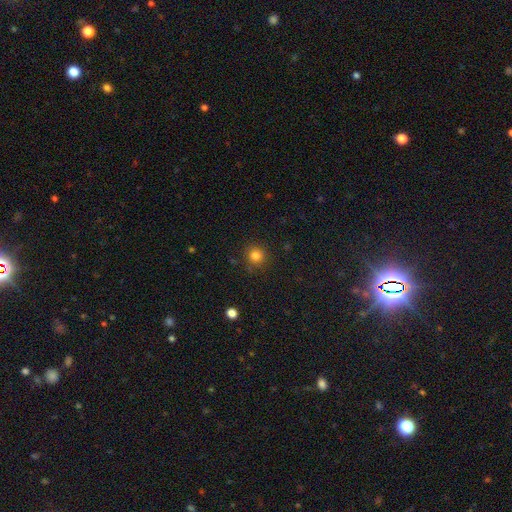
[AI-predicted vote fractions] Smooth or featured? Predicted: smooth (p=0.82). How rounded? Predicted: round (p=0.93). Merging? Predicted: none (p=0.87).